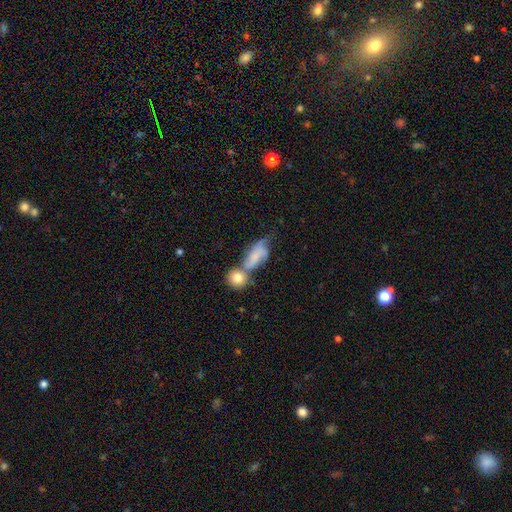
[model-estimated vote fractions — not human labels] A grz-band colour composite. It shows a smooth galaxy with no disk features (49%). Merging: merger (42%).